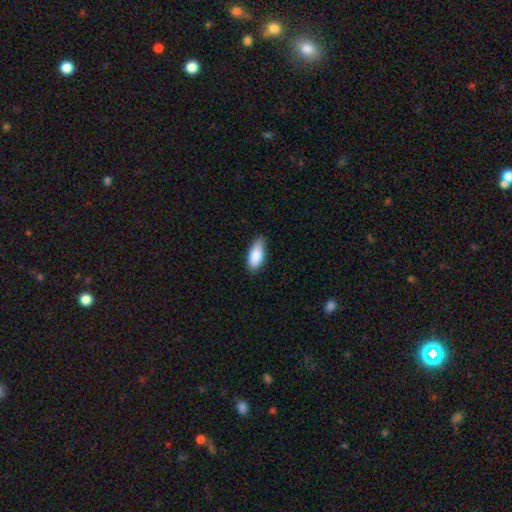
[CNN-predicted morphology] This is clearly a smooth galaxy (88%). How rounded: clearly in between (85%). Merging: likely none (77%).